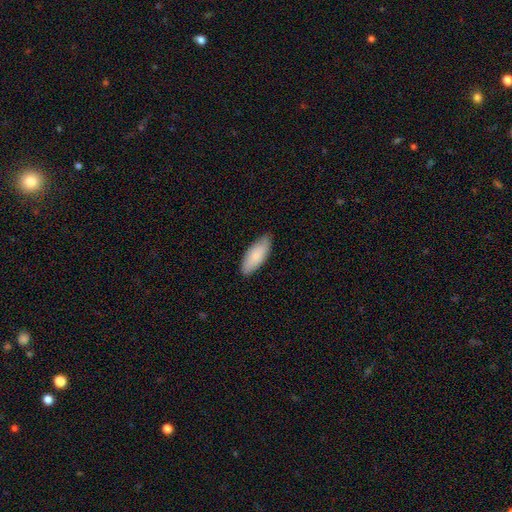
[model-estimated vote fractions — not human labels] Morphology: type=smooth (82%); roundness=in between (79%); merging=none (81%).